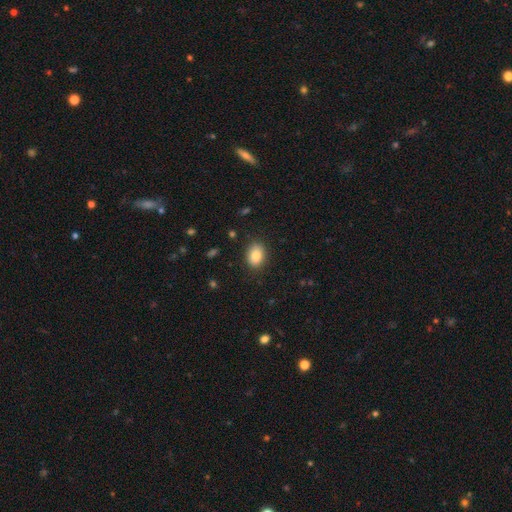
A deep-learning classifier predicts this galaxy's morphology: This is clearly a smooth galaxy (84%). How rounded: likely in between (76%). Merging: clearly none (87%).